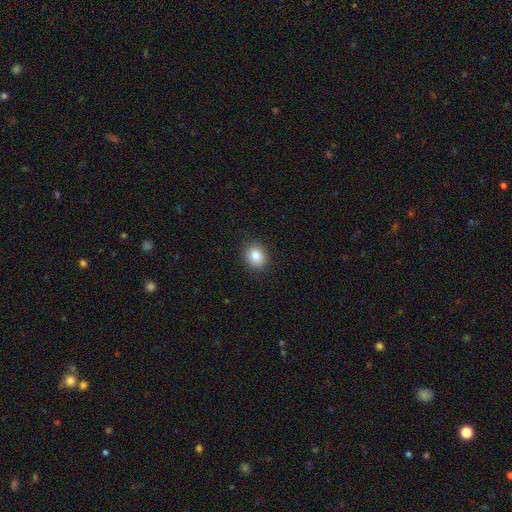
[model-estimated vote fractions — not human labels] This is clearly a smooth galaxy (84%). How rounded: likely round (68%). Merging: clearly none (89%).